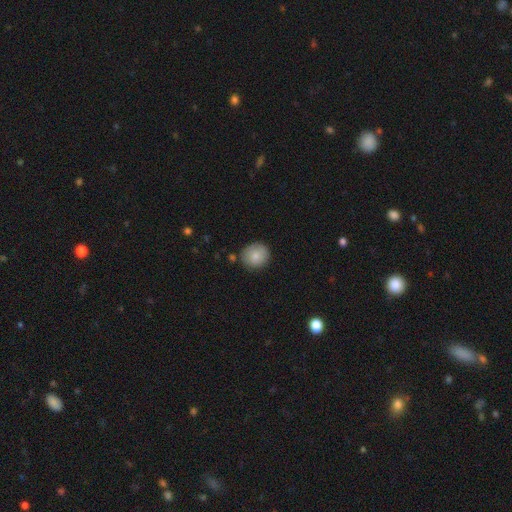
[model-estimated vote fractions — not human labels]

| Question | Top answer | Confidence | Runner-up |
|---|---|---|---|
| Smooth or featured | smooth | 82% | featured or disk (10%) |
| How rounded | round | 91% | in between (8%) |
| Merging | none | 82% | minor disturbance (12%) |